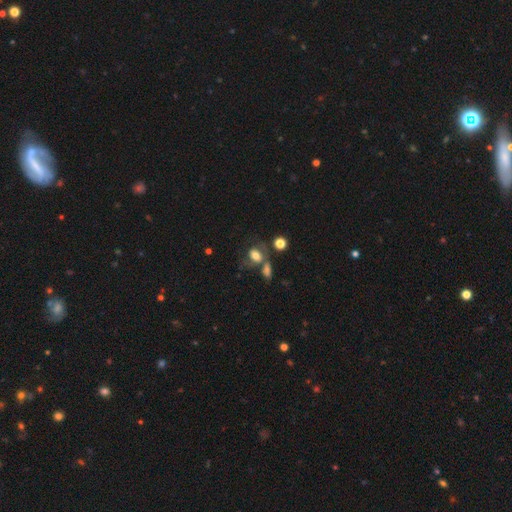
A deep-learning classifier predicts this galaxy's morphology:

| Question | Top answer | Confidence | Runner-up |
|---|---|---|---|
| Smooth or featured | smooth | 60% | featured or disk (28%) |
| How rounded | in between | 65% | round (33%) |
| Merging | none | 38% | merger (31%) |